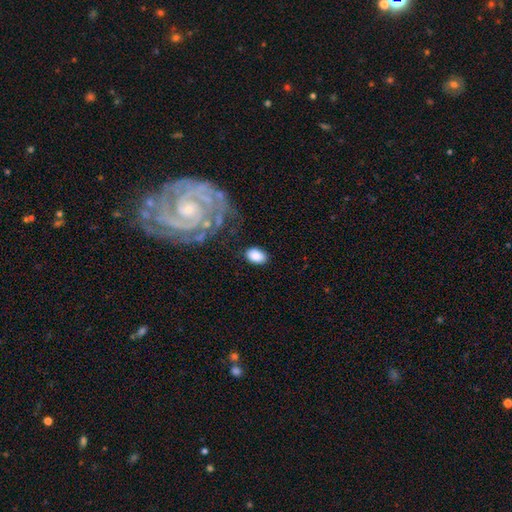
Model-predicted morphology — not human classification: Smooth or featured? smooth (83%)
How rounded? in between (88%)
Merging? none (76%)